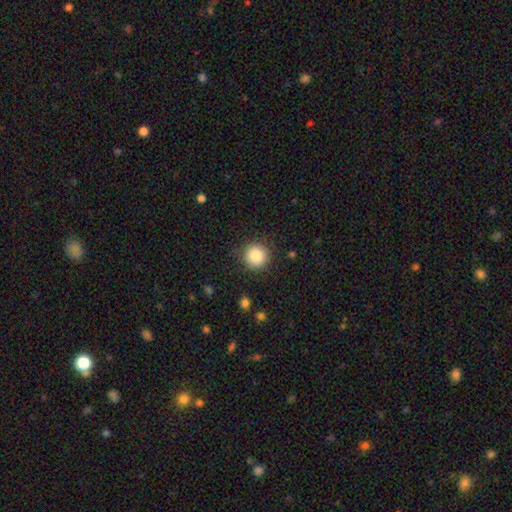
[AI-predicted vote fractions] Morphology: type=smooth (86%); roundness=round (94%); merging=none (88%).